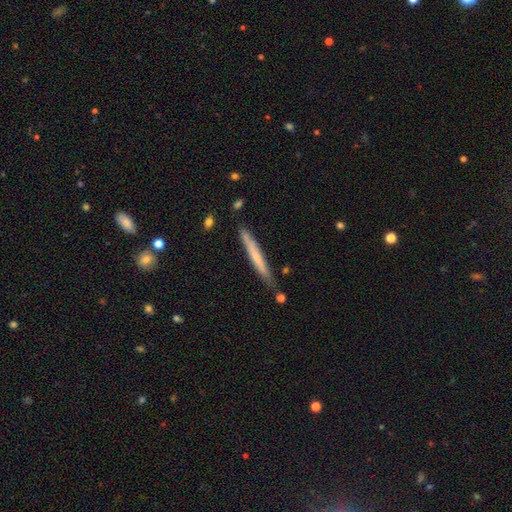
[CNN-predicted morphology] The model was most divided on "smooth or featured": smooth: 56%, featured or disk: 38%, star or artifact: 6%. More confident: how rounded — cigar-shaped (97%); merging — none (84%).